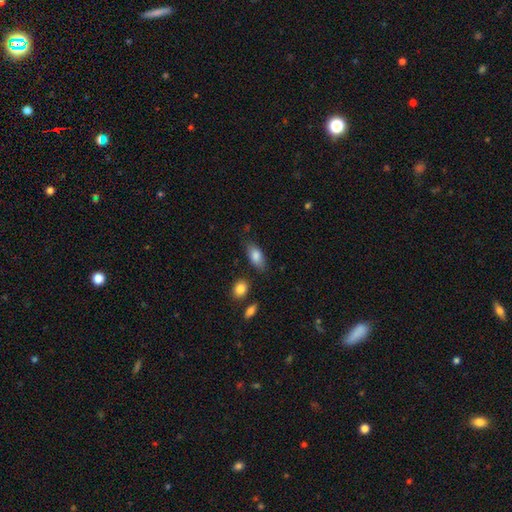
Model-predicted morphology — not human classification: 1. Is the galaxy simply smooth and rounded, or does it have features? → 81% smooth, 12% featured or disk, 7% star or artifact.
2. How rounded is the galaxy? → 86% in between, 11% cigar-shaped, 3% round.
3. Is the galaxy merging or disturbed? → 76% none, 17% minor disturbance, 4% major disturbance, 3% merger.